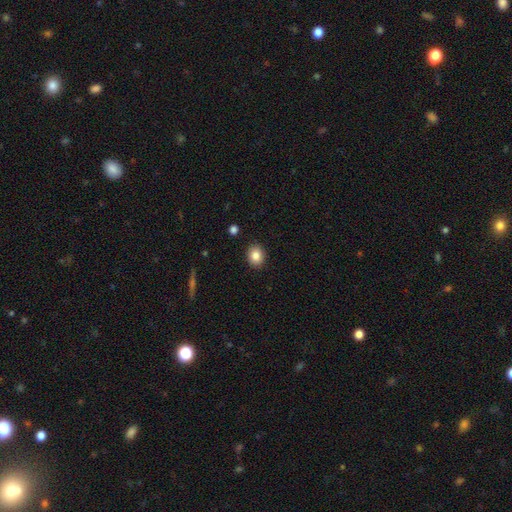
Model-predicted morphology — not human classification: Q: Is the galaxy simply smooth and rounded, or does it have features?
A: smooth — 84%.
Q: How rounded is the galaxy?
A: round — 53%.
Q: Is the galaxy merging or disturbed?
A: none — 90%.